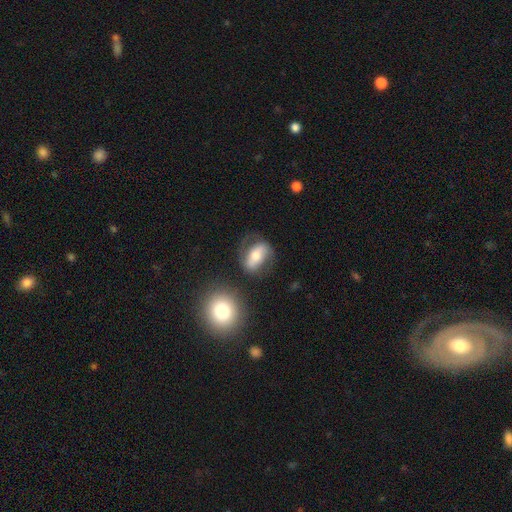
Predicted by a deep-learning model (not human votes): This appears to be a smooth galaxy with no disk features (47%). Merging: none (60%).